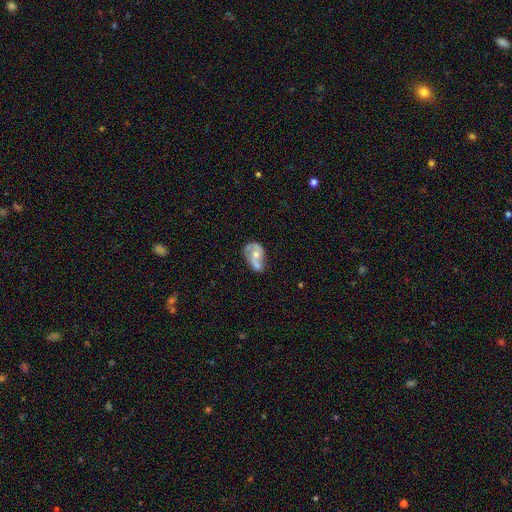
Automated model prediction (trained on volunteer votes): smooth-or-featured: featured or disk: 66% | smooth: 27% | star or artifact: 7%
  disk-edge-on: no: 97% | yes: 3%
    bar: no: 66% | weak: 28% | strong: 7%
    has-spiral-arms: yes: 77% | no: 23%
    bulge-size: moderate: 51% | small: 40% | none: 5% | large: 3% | dominant: 1%
  merging: merger: 35% | none: 27% | minor disturbance: 22% | major disturbance: 16%